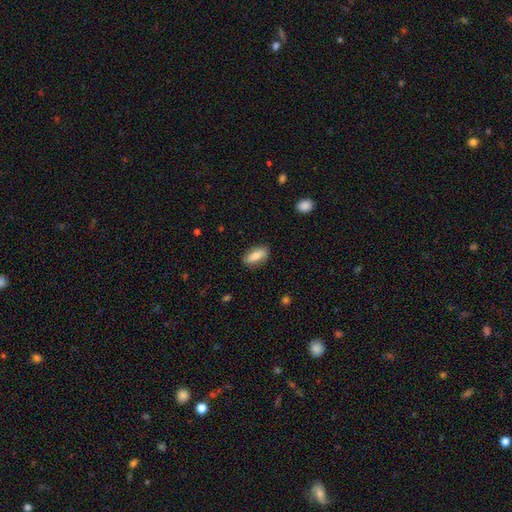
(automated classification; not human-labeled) This is likely a smooth galaxy (76%). How rounded: clearly in between (81%). Merging: clearly none (83%).